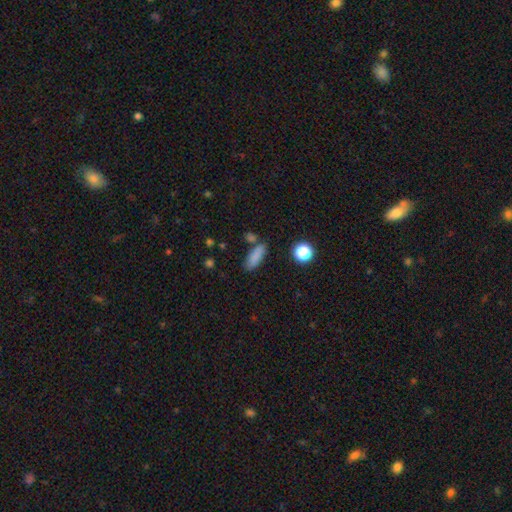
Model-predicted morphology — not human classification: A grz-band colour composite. It shows a smooth galaxy with no disk features (83%) that is in between round and cigar-shaped (60%). Merging: none (69%).